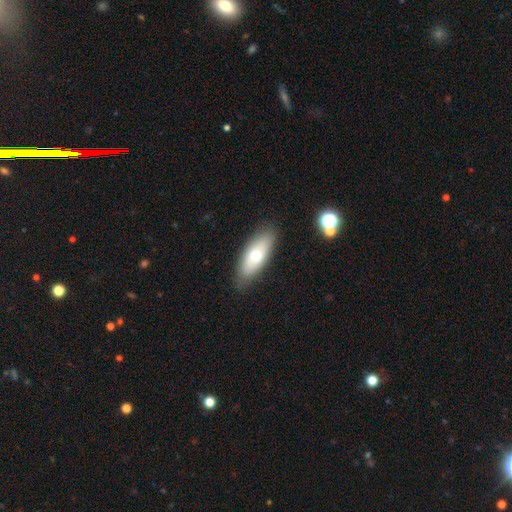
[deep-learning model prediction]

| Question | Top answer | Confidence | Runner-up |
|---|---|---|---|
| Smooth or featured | smooth | 68% | featured or disk (25%) |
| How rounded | in between | 72% | cigar-shaped (26%) |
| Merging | none | 84% | minor disturbance (12%) |